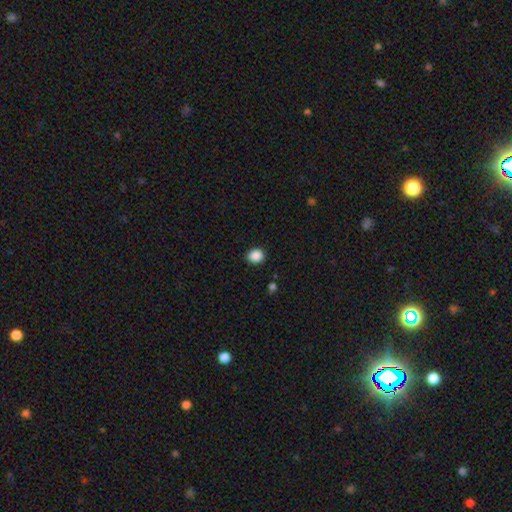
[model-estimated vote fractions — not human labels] Overall: smooth (88%). How rounded: round (65%; in between 34%). Merging: none (89%).